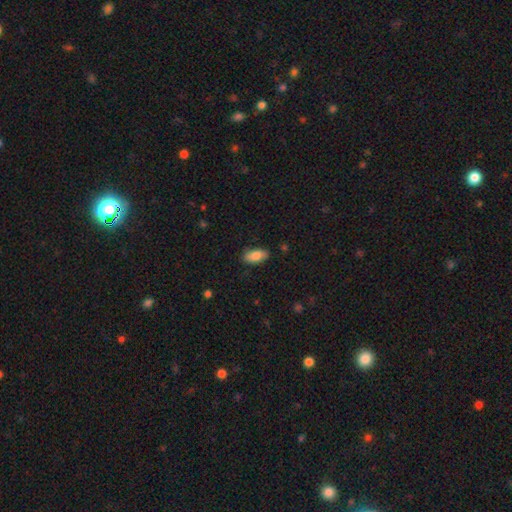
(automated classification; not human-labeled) This is clearly a smooth galaxy (83%). How rounded: clearly in between (88%). Merging: clearly none (84%).